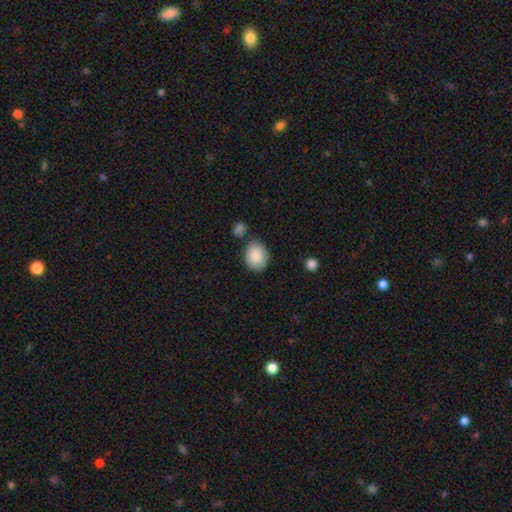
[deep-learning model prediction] Smooth or featured? Predicted: smooth (p=0.88). How rounded? Predicted: in between (p=0.59). Merging? Predicted: none (p=0.73).